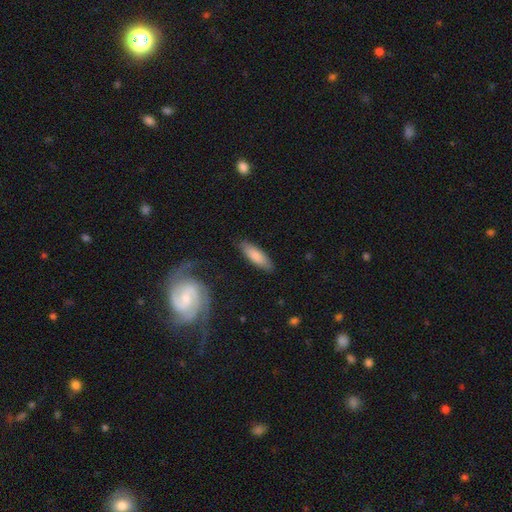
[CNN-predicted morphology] Overall: smooth (80%). How rounded: cigar-shaped (50%; in between 49%). Merging: none (85%).